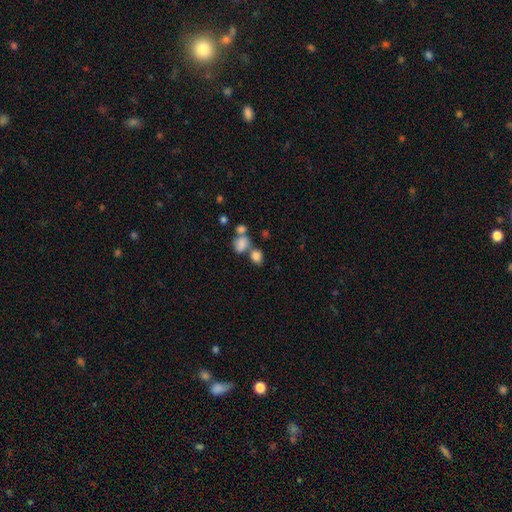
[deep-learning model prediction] Q: Smooth or featured?
A: smooth (80%); runner-up: star or artifact (11%)
Q: How rounded?
A: in between (56%); runner-up: round (43%)
Q: Merging?
A: merger (42%); runner-up: none (41%)